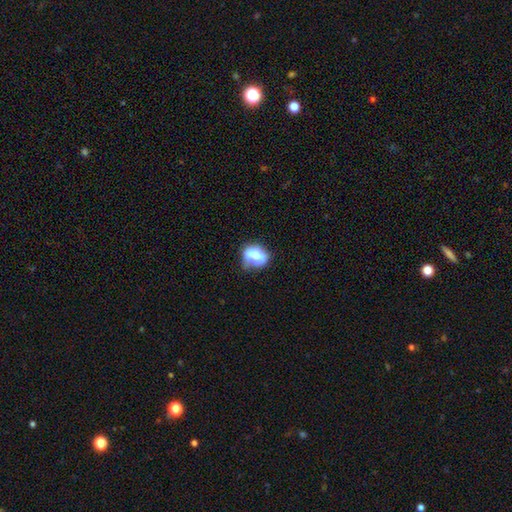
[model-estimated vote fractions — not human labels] smooth-or-featured: smooth: 62% | featured or disk: 28% | star or artifact: 10%
  how-rounded: in between: 57% | round: 41% | cigar-shaped: 2%
  merging: none: 50% | minor disturbance: 28% | major disturbance: 12% | merger: 10%